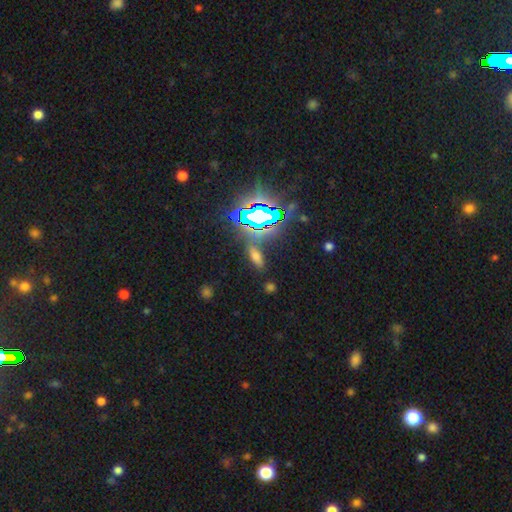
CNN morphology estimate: Smooth or featured? smooth (48%)
Merging? none (76%)